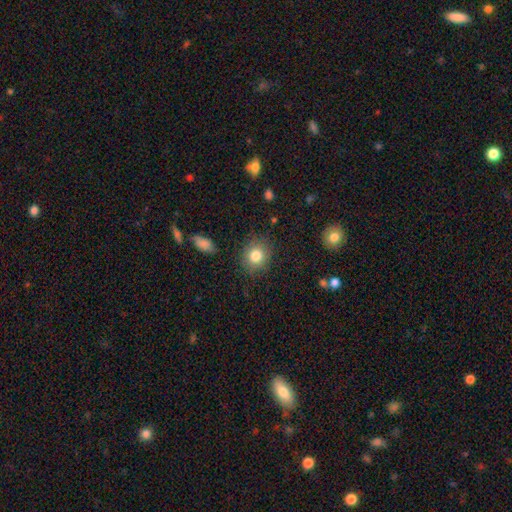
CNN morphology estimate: smooth-or-featured: smooth: 82% | star or artifact: 10% | featured or disk: 8%
  how-rounded: round: 77% | in between: 22% | cigar-shaped: 1%
  merging: none: 85% | minor disturbance: 11% | major disturbance: 3% | merger: 2%